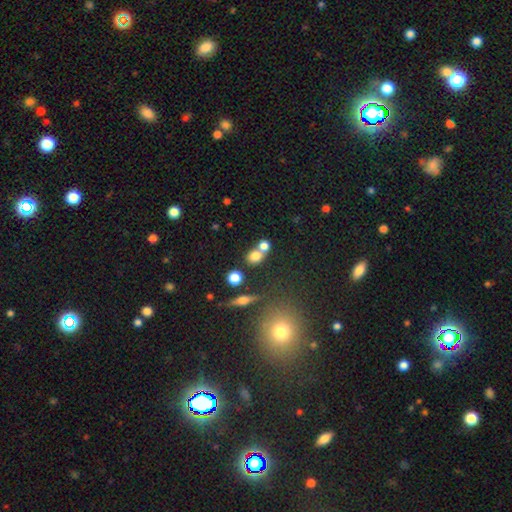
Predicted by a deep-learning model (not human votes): A smooth galaxy with no disk features (74%) that is round (62%). Merging: merger (47%).